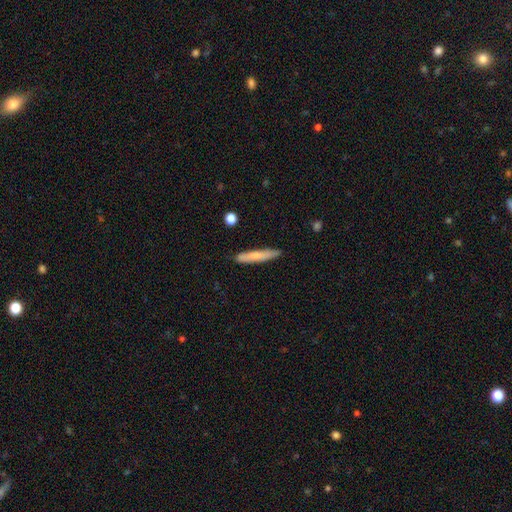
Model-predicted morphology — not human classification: Smooth or featured? Predicted: smooth (p=0.72). How rounded? Predicted: cigar-shaped (p=0.94). Merging? Predicted: none (p=0.85).